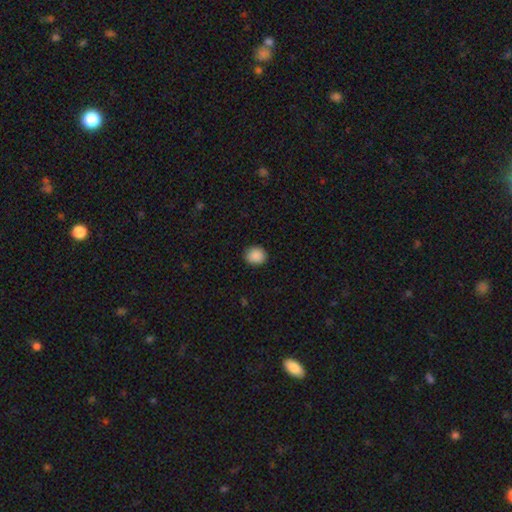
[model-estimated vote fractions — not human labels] smooth-or-featured: smooth: 89% | star or artifact: 8% | featured or disk: 2%
  how-rounded: round: 79% | in between: 20% | cigar-shaped: 1%
  merging: none: 89% | minor disturbance: 8% | major disturbance: 2% | merger: 1%